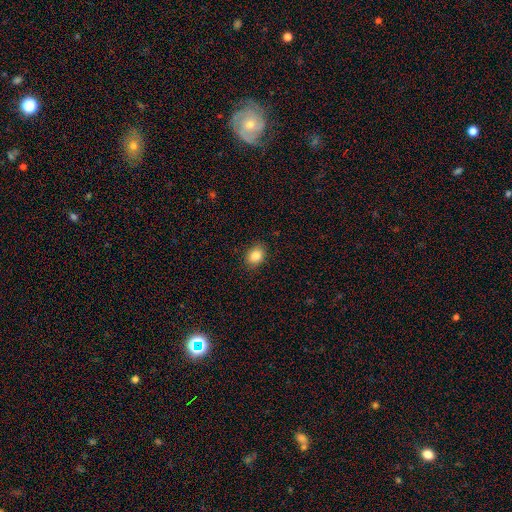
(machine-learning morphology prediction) Q: Smooth or featured?
A: smooth (86%); runner-up: star or artifact (9%)
Q: How rounded?
A: in between (60%); runner-up: round (40%)
Q: Merging?
A: none (87%); runner-up: minor disturbance (9%)